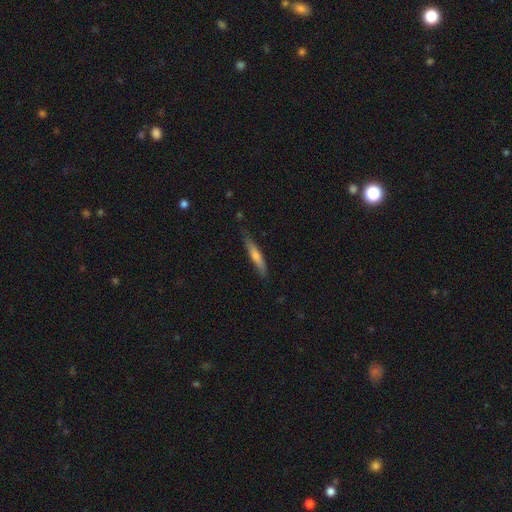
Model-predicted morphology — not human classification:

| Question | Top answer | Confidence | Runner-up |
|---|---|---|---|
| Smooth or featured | smooth | 51% | featured or disk (42%) |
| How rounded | cigar-shaped | 92% | in between (7%) |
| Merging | none | 81% | minor disturbance (15%) |